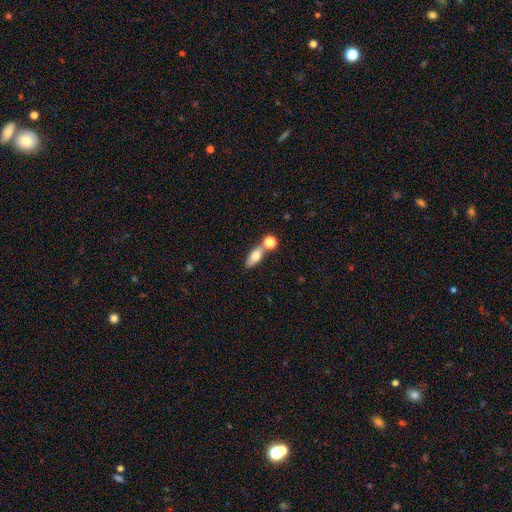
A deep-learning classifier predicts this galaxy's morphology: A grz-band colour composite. It shows a smooth galaxy with no disk features (72%) that is in between round and cigar-shaped (72%). Merging: none (55%).